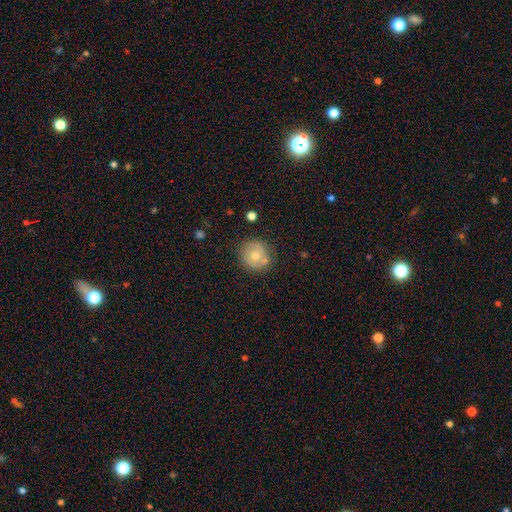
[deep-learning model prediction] Smooth or featured: smooth — 51% (featured or disk — 41%)
How rounded: round — 89% (in between — 10%)
Merging: none — 73% (minor disturbance — 16%)